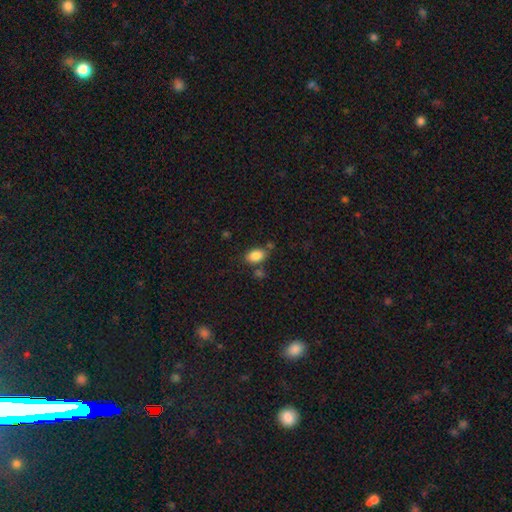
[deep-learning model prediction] A smooth galaxy with no disk features (86%) that is in between round and cigar-shaped (86%). Merging: none (71%).